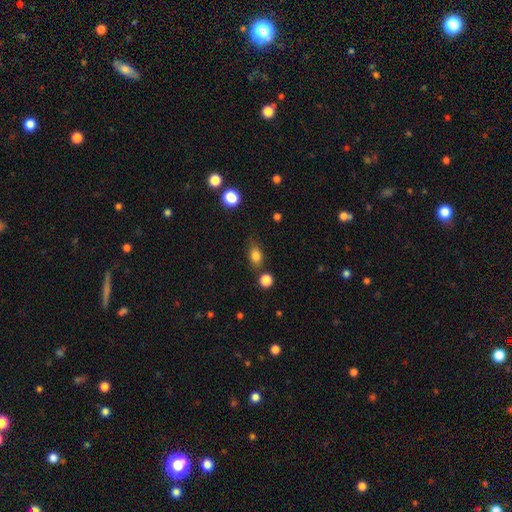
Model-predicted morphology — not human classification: Overall: smooth (82%). How rounded: in between (72%). Merging: none (71%).